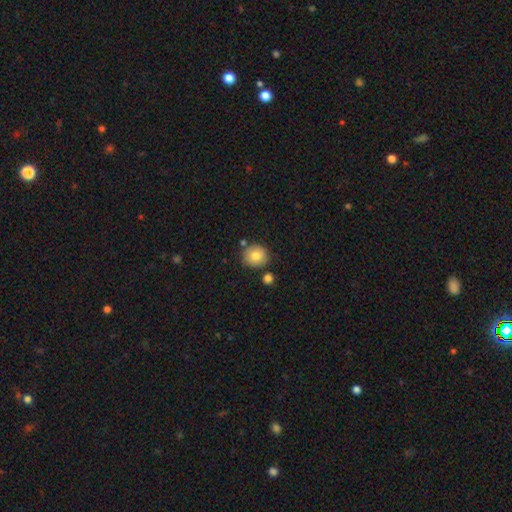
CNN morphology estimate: This is likely a smooth galaxy (79%). How rounded: clearly round (87%). Merging: likely none (78%).